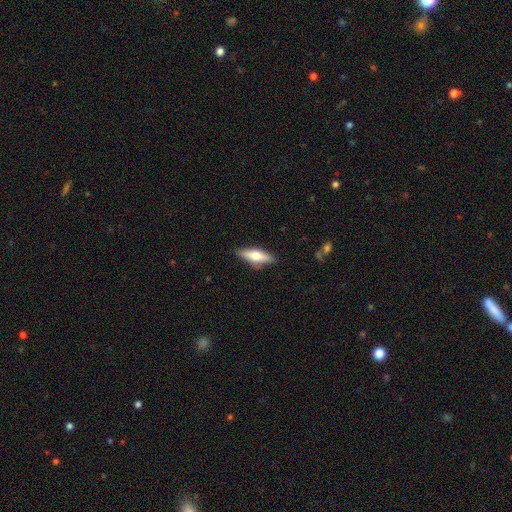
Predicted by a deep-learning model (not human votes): Smooth or featured?
  - smooth: 59% *
  - featured or disk: 35%
  - star or artifact: 6%
How rounded?
  - cigar-shaped: 56% *
  - in between: 42%
  - round: 2%
Merging?
  - none: 83% *
  - minor disturbance: 13%
  - major disturbance: 3%
  - merger: 2%